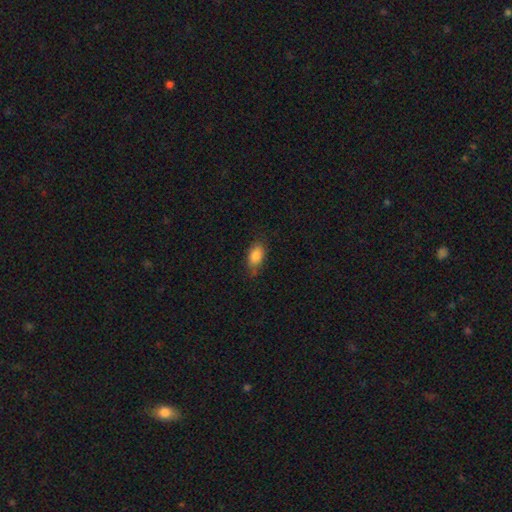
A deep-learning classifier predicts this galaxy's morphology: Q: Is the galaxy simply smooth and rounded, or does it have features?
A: smooth — 84%.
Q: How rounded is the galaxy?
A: in between — 88%.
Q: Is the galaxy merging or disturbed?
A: none — 71%.